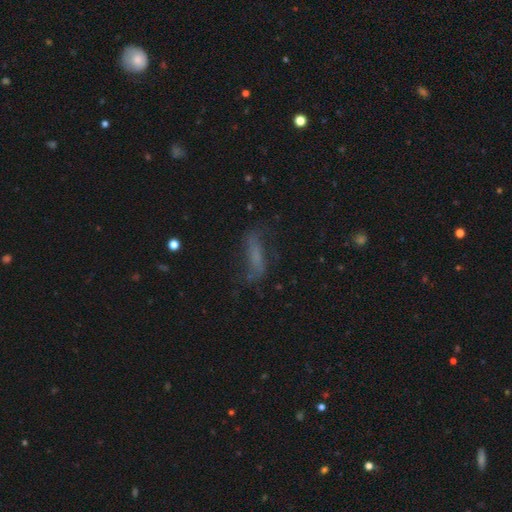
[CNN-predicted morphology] This appears to be a smooth galaxy with no disk features (44%). Merging: none (55%).